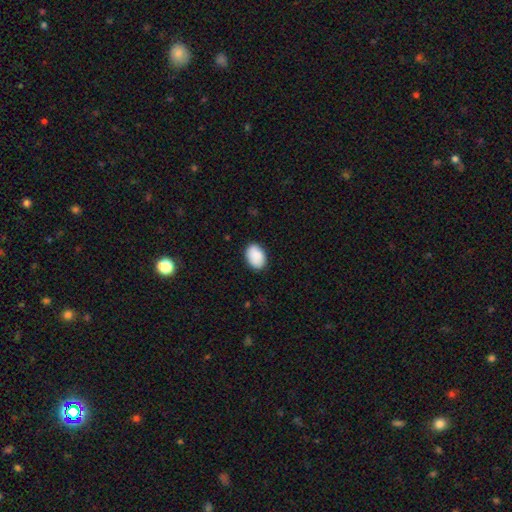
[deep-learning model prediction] Smooth or featured?
  - smooth: 89% *
  - star or artifact: 6%
  - featured or disk: 5%
How rounded?
  - in between: 87% *
  - round: 12%
  - cigar-shaped: 1%
Merging?
  - none: 84% *
  - minor disturbance: 12%
  - major disturbance: 2%
  - merger: 1%